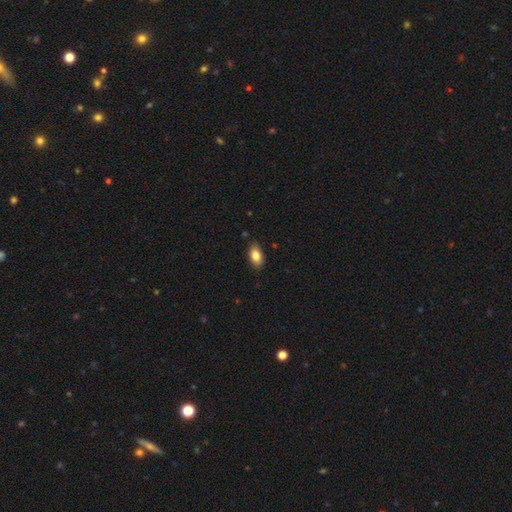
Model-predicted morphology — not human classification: This is clearly a smooth galaxy (83%). How rounded: clearly in between (90%). Merging: clearly none (85%).